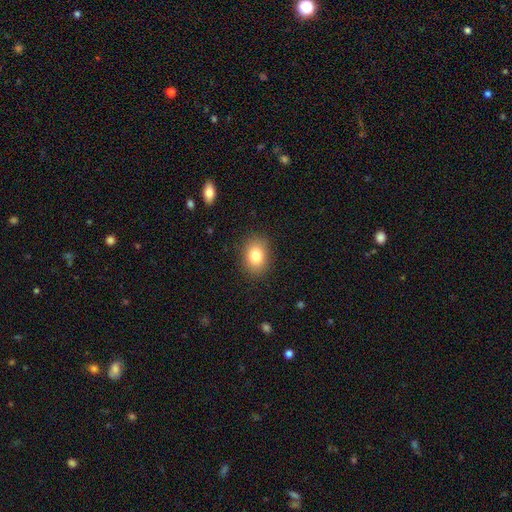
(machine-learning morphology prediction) smooth-or-featured: smooth: 82% | star or artifact: 9% | featured or disk: 9%
  how-rounded: in between: 68% | round: 31% | cigar-shaped: 1%
  merging: none: 87% | minor disturbance: 9% | major disturbance: 3% | merger: 1%